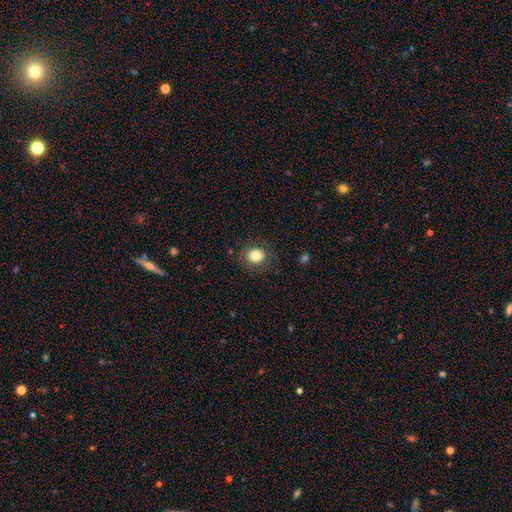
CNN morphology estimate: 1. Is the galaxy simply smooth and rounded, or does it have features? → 81% smooth, 10% star or artifact, 9% featured or disk.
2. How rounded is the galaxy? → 73% round, 26% in between, 1% cigar-shaped.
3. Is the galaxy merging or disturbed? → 87% none, 9% minor disturbance, 3% major disturbance, 1% merger.